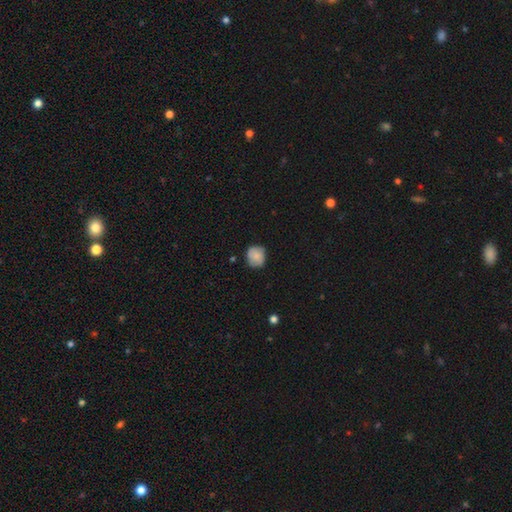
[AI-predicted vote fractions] smooth 77%, featured or disk 15%, star or artifact 8%. Down the decision tree: how rounded — round (81%); merging — none (74%).